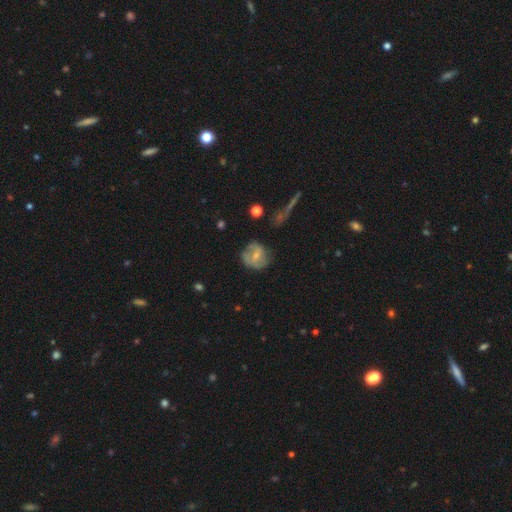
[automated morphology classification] This appears to be a featured or disk galaxy (49%). Merging: none (61%).